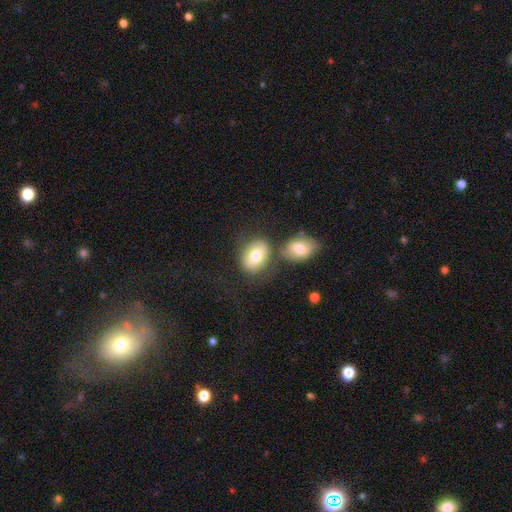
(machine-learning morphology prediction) type=smooth (74%); roundness=in between (69%); merging=none (58%).